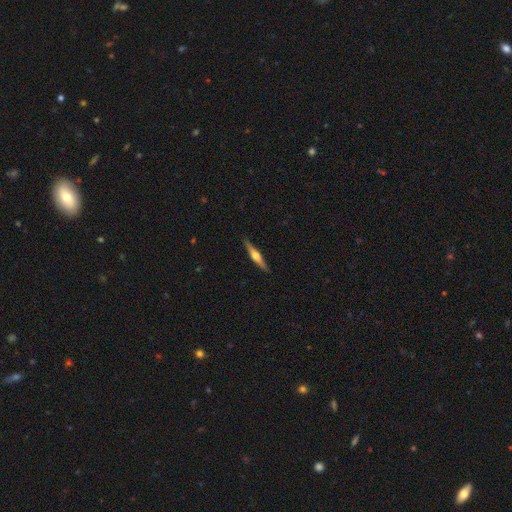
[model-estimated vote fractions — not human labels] This is likely a featured or disk galaxy (67%). It is clearly viewed edge-on (97%). Edge-on bulge: clearly rounded (92%). Merging: clearly none (90%).